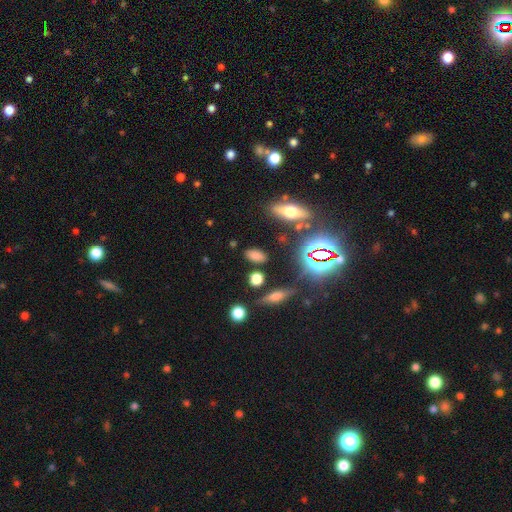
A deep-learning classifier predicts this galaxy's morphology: Smooth or featured?
  - smooth: 72% *
  - star or artifact: 20%
  - featured or disk: 8%
How rounded?
  - in between: 85% *
  - round: 8%
  - cigar-shaped: 6%
Merging?
  - none: 82% *
  - minor disturbance: 11%
  - merger: 4%
  - major disturbance: 4%